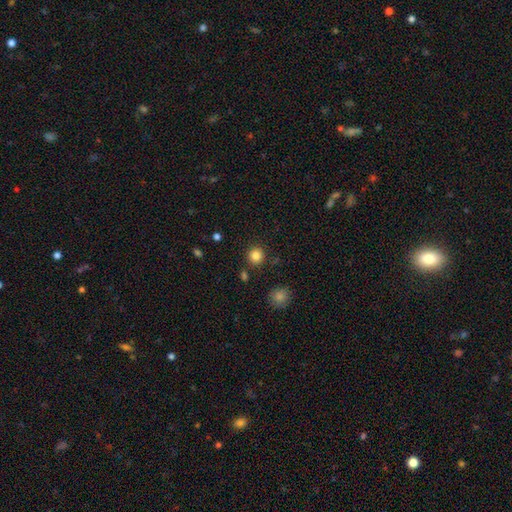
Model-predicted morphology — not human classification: This is clearly a smooth galaxy (85%). How rounded: clearly round (92%). Merging: clearly none (86%).